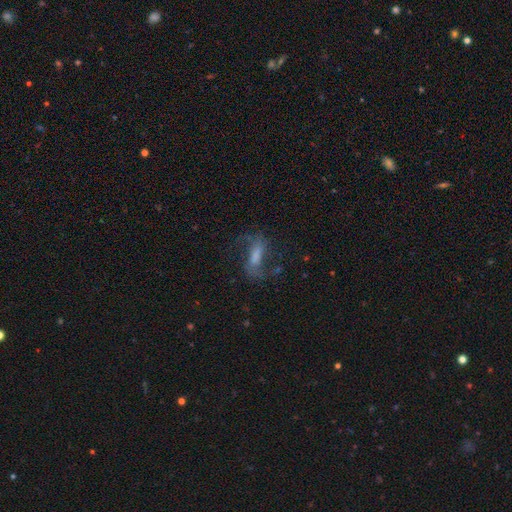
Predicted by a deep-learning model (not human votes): A featured or disk galaxy (69%) with a weak bar (43%), 2 (90%) loose (63%) spiral arms (92%) and a moderate central bulge (33%). Merging: none (68%).